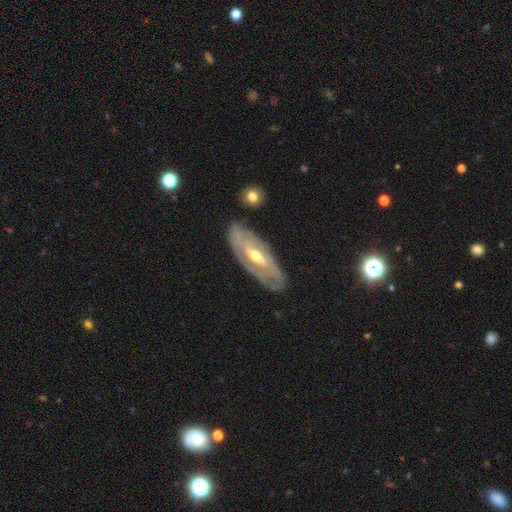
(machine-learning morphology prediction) Overall: featured or disk (82%). Edge-on disk: no (86%). Bar: weak (43%; no 30%). Spiral arms: yes (82%). Spiral arm count: 2 (42%; can't tell 40%). Spiral winding: tight (61%; medium 29%). Bulge size: moderate (60%; small 35%). Merging: none (76%).